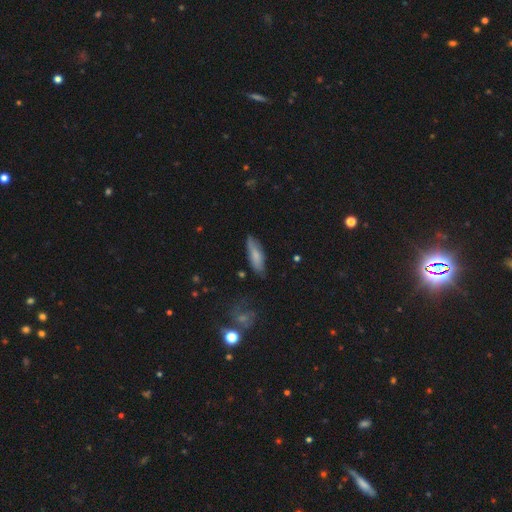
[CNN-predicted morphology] A smooth galaxy with no disk features (73%) that is in between round and cigar-shaped (51%). Merging: none (73%).